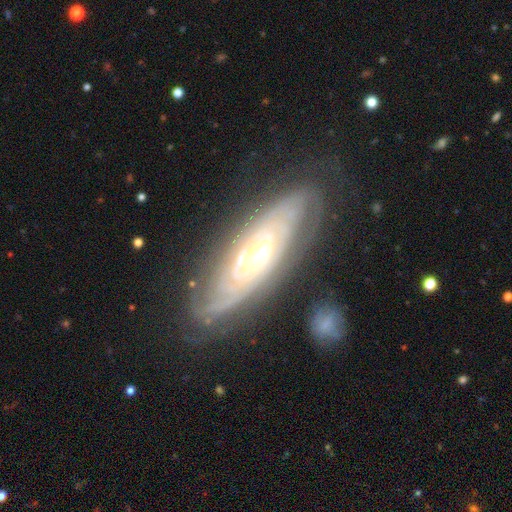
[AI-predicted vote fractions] smooth_or_featured: featured or disk (p=0.84) [alt: smooth p=0.10]
disk_edge_on: no (p=0.82) [alt: yes p=0.18]
bar: no (p=0.55) [alt: weak p=0.32]
has_spiral_arms: yes (p=0.93) [alt: no p=0.07]
spiral_winding: tight (p=0.76) [alt: medium p=0.19]
spiral_arm_count: can't tell (p=0.54) [alt: 2 p=0.16]
bulge_size: moderate (p=0.51) [alt: small p=0.39]
merging: none (p=0.76) [alt: minor disturbance p=0.16]